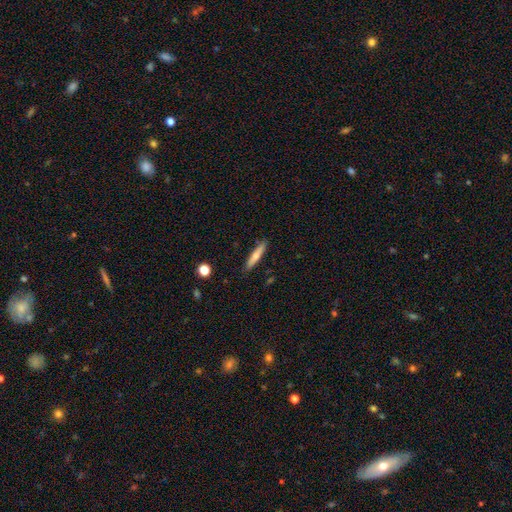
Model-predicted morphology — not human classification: smooth-or-featured: smooth: 66% | featured or disk: 27% | star or artifact: 6%
  how-rounded: cigar-shaped: 90% | in between: 8% | round: 2%
  merging: none: 88% | minor disturbance: 9% | major disturbance: 2% | merger: 1%